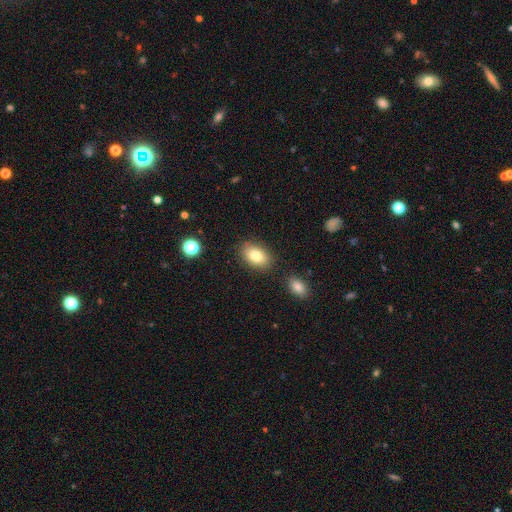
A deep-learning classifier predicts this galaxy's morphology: smooth-or-featured: smooth: 82% | featured or disk: 10% | star or artifact: 8%
  how-rounded: in between: 87% | round: 12% | cigar-shaped: 1%
  merging: none: 83% | minor disturbance: 11% | merger: 4% | major disturbance: 3%